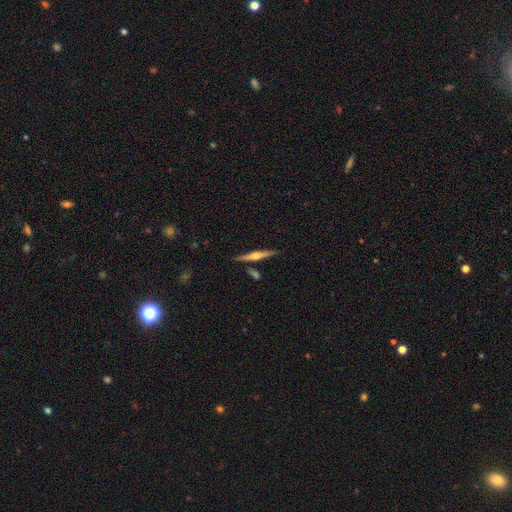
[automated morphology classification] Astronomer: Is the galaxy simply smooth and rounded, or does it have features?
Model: featured or disk — 70%.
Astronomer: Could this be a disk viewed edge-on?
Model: yes — 97%.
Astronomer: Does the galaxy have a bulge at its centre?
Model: rounded — 91%.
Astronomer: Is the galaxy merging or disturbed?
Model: none — 85%.